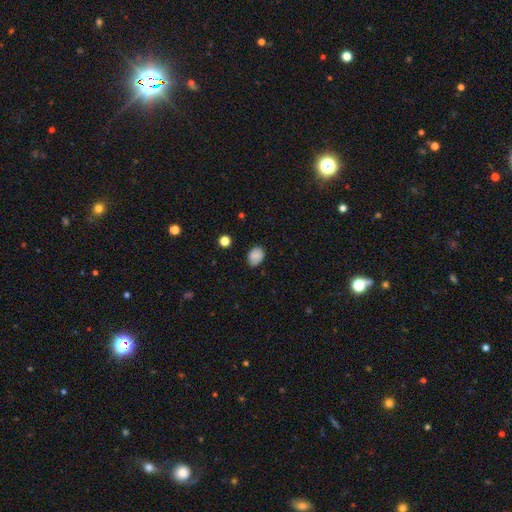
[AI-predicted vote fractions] This is clearly a smooth galaxy (83%). How rounded: likely in between (67%). Merging: likely none (75%).